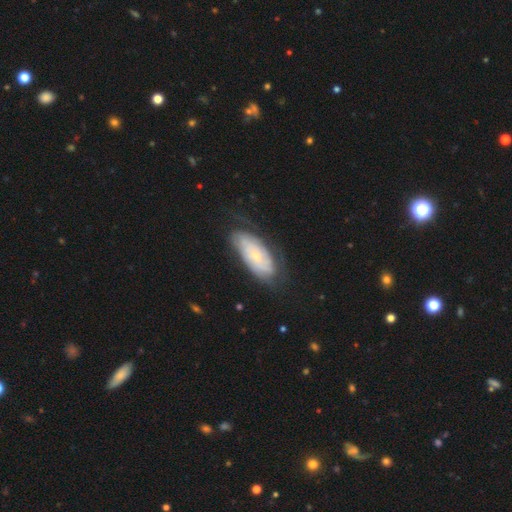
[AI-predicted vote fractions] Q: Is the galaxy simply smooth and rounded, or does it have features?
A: featured or disk — 63%.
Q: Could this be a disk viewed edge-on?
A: no — 90%.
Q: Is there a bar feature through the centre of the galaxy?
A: no — 80%.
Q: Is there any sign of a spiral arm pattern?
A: yes — 78%.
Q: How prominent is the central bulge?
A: small — 72%.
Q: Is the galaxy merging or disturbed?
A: none — 67%.